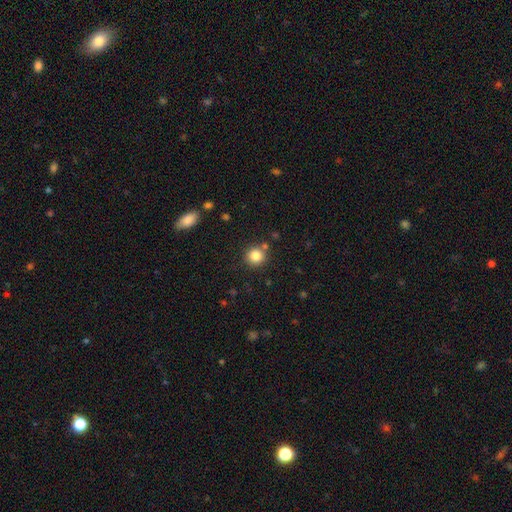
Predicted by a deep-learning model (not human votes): Smooth or featured: smooth — 83% (star or artifact — 11%)
How rounded: round — 93% (in between — 6%)
Merging: none — 83% (minor disturbance — 8%)